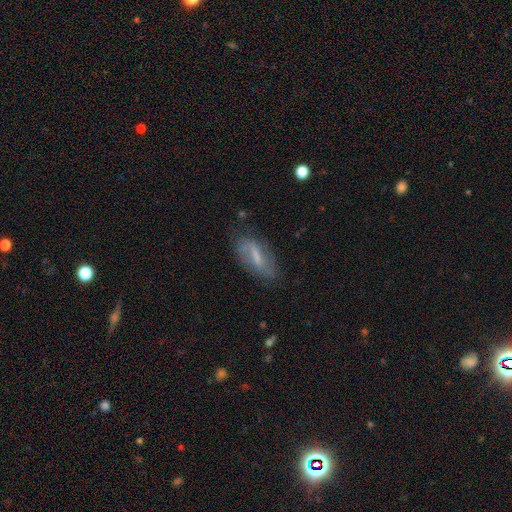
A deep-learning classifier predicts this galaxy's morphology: Smooth or featured: featured or disk — 50% (smooth — 41%)
Edge-on disk: no — 85% (yes — 15%)
Merging: none — 68% (minor disturbance — 22%)